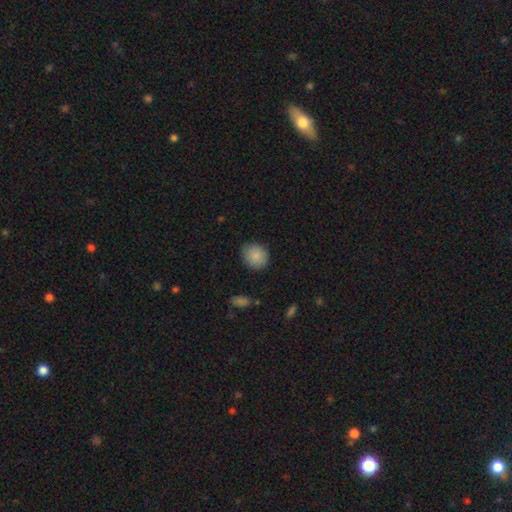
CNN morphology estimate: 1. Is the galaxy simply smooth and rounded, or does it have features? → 87% smooth, 8% star or artifact, 5% featured or disk.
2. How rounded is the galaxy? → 75% round, 24% in between, 1% cigar-shaped.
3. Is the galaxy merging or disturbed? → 85% none, 11% minor disturbance, 3% major disturbance, 1% merger.